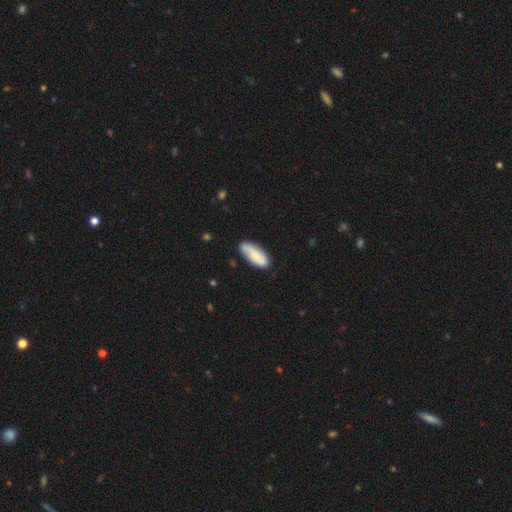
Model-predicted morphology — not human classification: smooth 65%, featured or disk 29%, star or artifact 6%. Down the decision tree: how rounded — in between (76%); merging — none (77%).